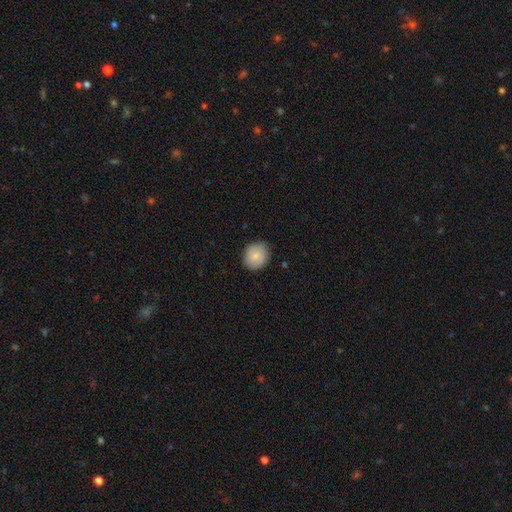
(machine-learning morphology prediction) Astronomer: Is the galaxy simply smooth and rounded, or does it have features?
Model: smooth — 80%.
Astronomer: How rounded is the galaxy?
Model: round — 74%.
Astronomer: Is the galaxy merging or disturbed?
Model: none — 84%.